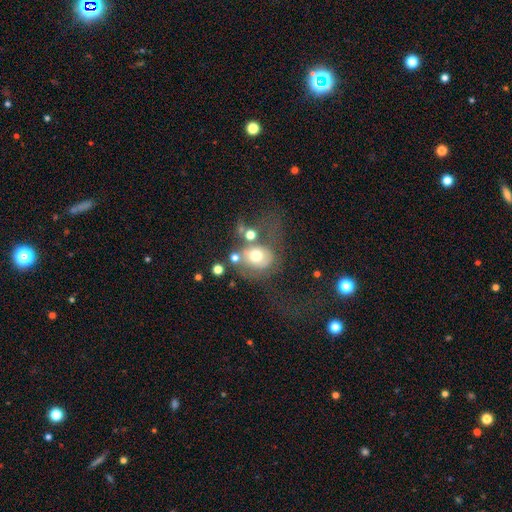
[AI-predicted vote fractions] Smooth or featured? smooth (55%)
How rounded? round (65%)
Merging? major disturbance (32%)